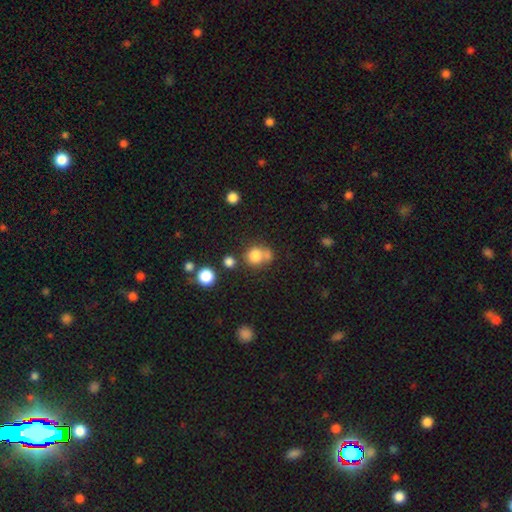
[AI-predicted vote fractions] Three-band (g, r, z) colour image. It shows a smooth galaxy with no disk features (78%) that is round (81%). Merging: none (48%).